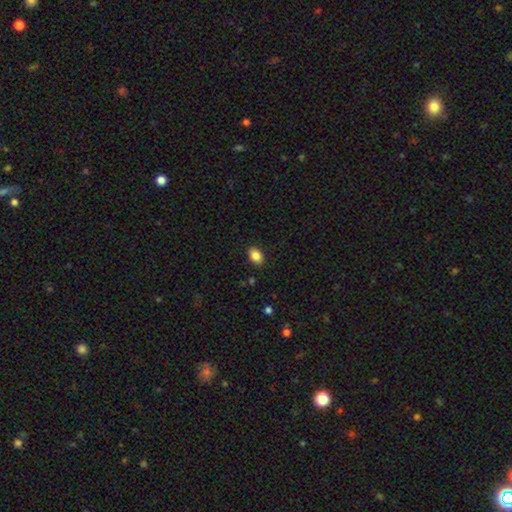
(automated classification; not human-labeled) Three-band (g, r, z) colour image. It shows a smooth galaxy with no disk features (85%) that is in between round and cigar-shaped (82%). Merging: none (88%).